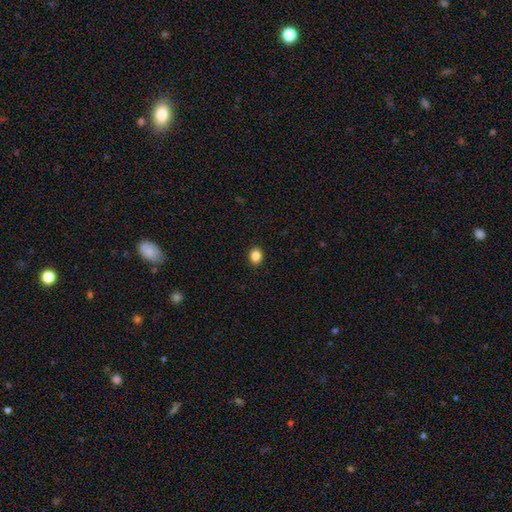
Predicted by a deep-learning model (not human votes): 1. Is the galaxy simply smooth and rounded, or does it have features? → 85% smooth, 11% star or artifact, 4% featured or disk.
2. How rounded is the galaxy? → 64% round, 35% in between, 1% cigar-shaped.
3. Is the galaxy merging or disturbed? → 92% none, 5% minor disturbance, 2% major disturbance, 1% merger.